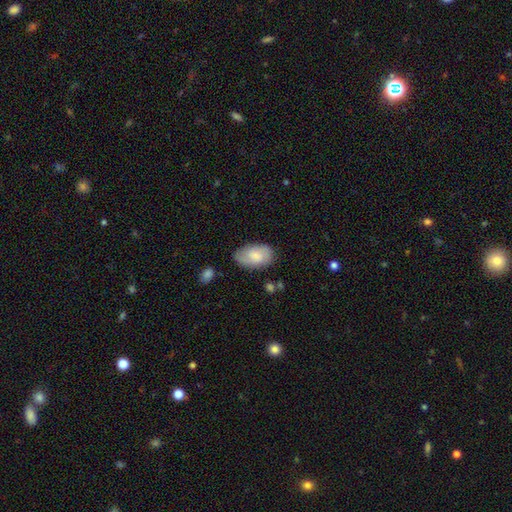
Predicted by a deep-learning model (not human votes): smooth 68%, featured or disk 25%, star or artifact 6%. Down the decision tree: how rounded — in between (93%); merging — none (74%).